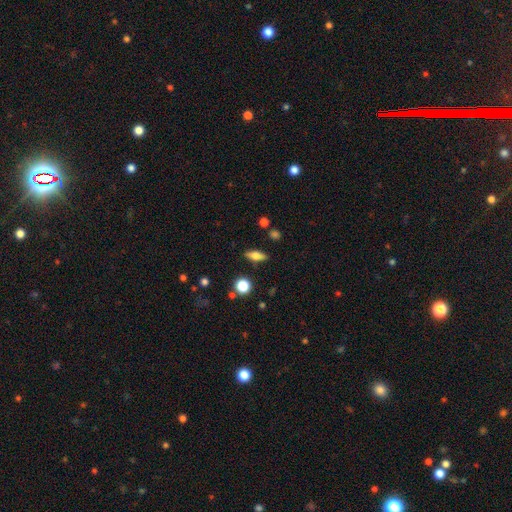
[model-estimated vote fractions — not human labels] Q: Smooth or featured?
A: smooth (56%); runner-up: featured or disk (35%)
Q: How rounded?
A: in between (64%); runner-up: cigar-shaped (28%)
Q: Merging?
A: none (86%); runner-up: minor disturbance (10%)